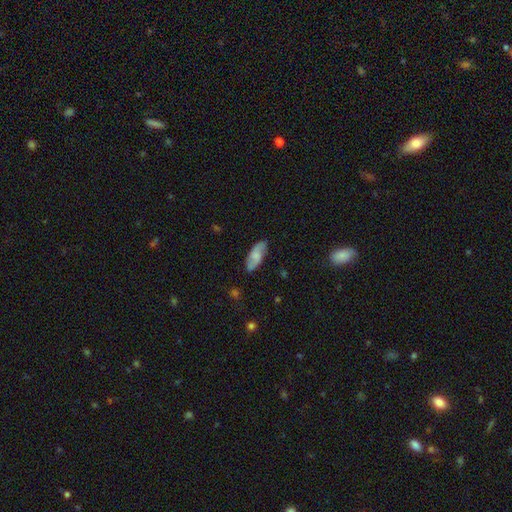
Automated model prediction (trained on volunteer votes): The model was most divided on "smooth or featured": smooth: 63%, featured or disk: 31%, star or artifact: 7%. More confident: how rounded — in between (82%); merging — none (79%).